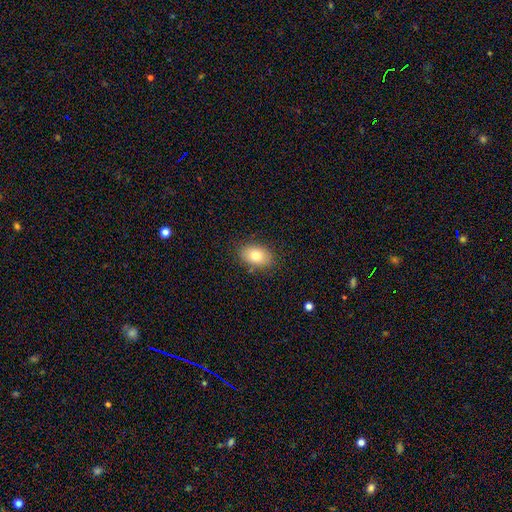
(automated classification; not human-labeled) smooth 80%, featured or disk 12%, star or artifact 9%. Down the decision tree: how rounded — in between (85%); merging — none (86%).